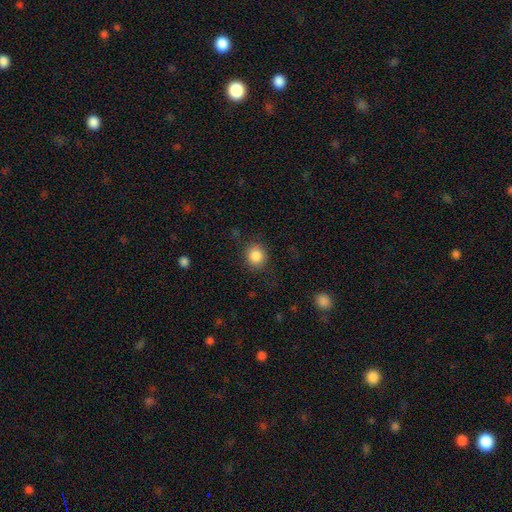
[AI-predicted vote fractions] smooth_or_featured: smooth (p=0.87) [alt: star or artifact p=0.09]
how_rounded: round (p=0.85) [alt: in between p=0.14]
merging: none (p=0.83) [alt: minor disturbance p=0.11]